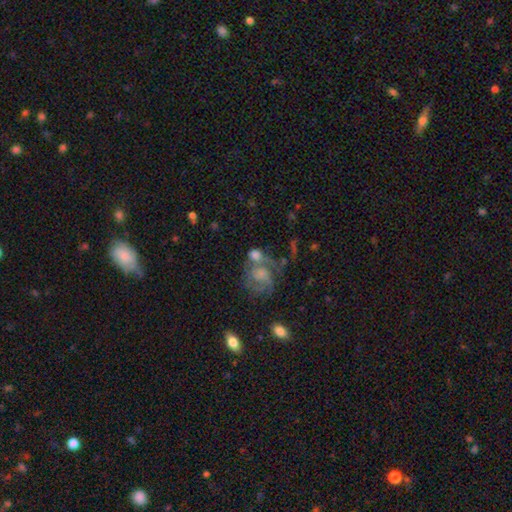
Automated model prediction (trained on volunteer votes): Morphology: type=featured or disk (44%, tied with smooth); merging=merger (40%).